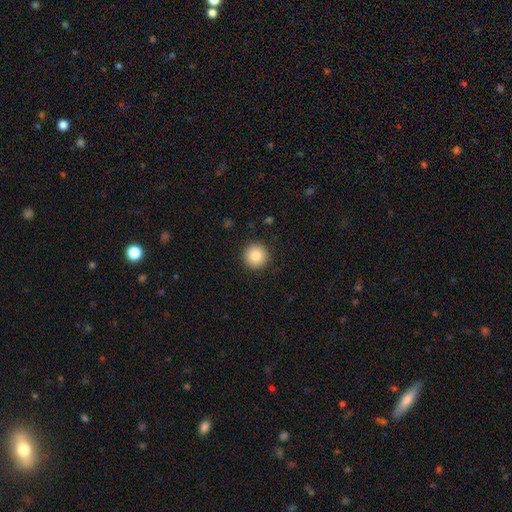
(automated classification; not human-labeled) Smooth or featured: smooth — 86% (star or artifact — 9%)
How rounded: round — 95% (in between — 4%)
Merging: none — 91% (minor disturbance — 6%)